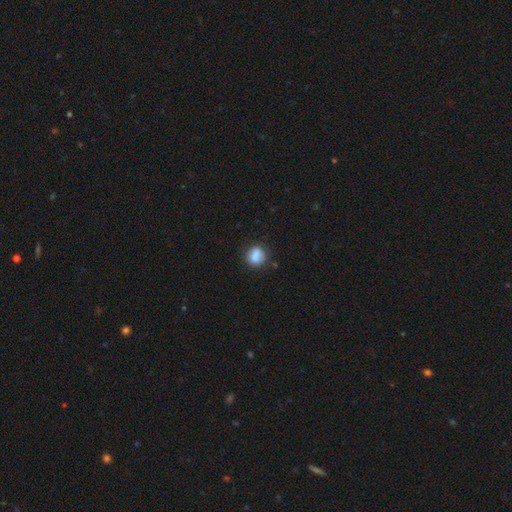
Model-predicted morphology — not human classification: smooth-or-featured: smooth: 78% | featured or disk: 13% | star or artifact: 9%
  how-rounded: round: 70% | in between: 27% | cigar-shaped: 2%
  merging: none: 70% | minor disturbance: 17% | merger: 7% | major disturbance: 5%